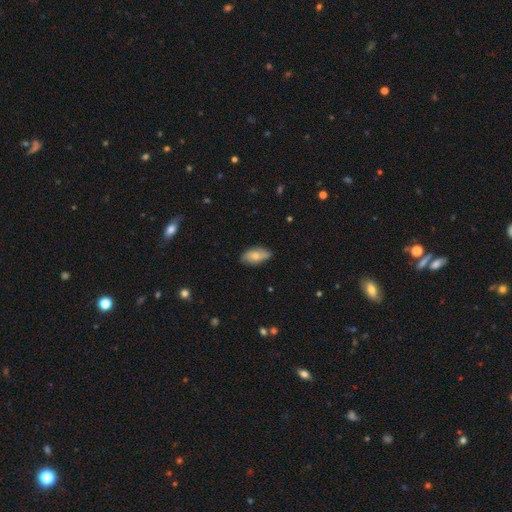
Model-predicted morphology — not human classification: smooth_or_featured: smooth (p=0.56) [alt: featured or disk p=0.37]
how_rounded: in between (p=0.89) [alt: cigar-shaped p=0.06]
merging: none (p=0.76) [alt: minor disturbance p=0.20]